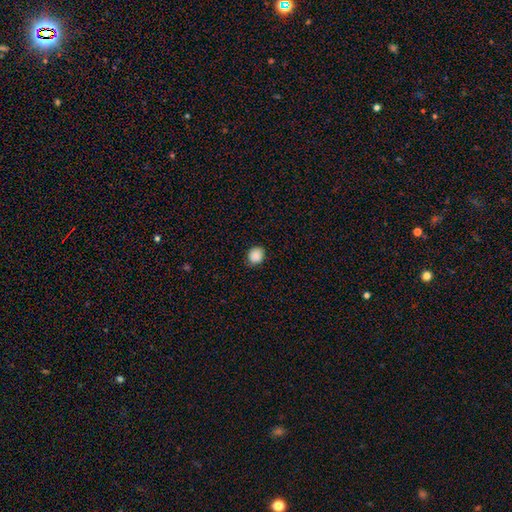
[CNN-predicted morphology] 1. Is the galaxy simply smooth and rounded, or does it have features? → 88% smooth, 9% star or artifact, 3% featured or disk.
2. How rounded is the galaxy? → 69% round, 31% in between, 1% cigar-shaped.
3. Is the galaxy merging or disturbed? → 84% none, 13% minor disturbance, 3% major disturbance, 1% merger.